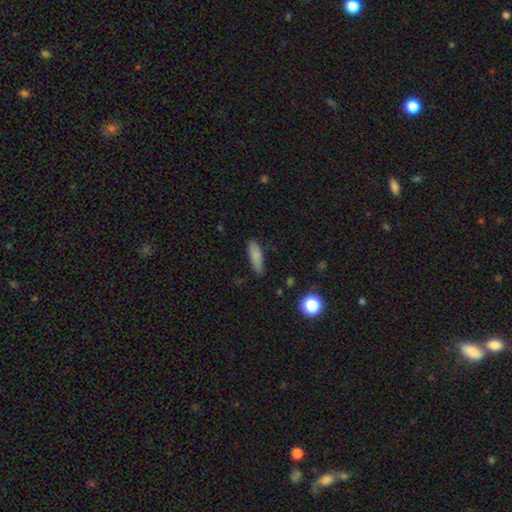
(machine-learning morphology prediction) type=smooth (82%); roundness=cigar-shaped (49%, tied with in between); merging=none (77%).